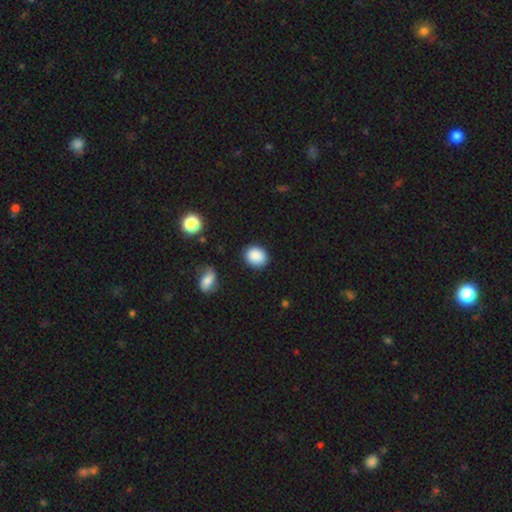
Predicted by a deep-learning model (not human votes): Smooth or featured?
  - smooth: 87% *
  - star or artifact: 8%
  - featured or disk: 5%
How rounded?
  - round: 59% *
  - in between: 39%
  - cigar-shaped: 1%
Merging?
  - none: 86% *
  - minor disturbance: 10%
  - major disturbance: 2%
  - merger: 2%